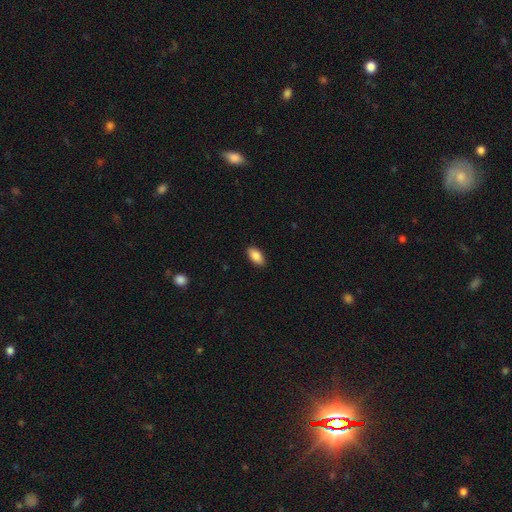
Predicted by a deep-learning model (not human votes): Q: Smooth or featured?
A: smooth (88%); runner-up: star or artifact (7%)
Q: How rounded?
A: in between (93%); runner-up: cigar-shaped (5%)
Q: Merging?
A: none (89%); runner-up: minor disturbance (8%)